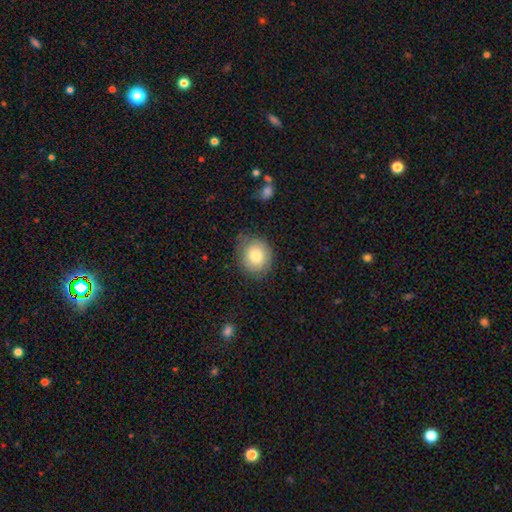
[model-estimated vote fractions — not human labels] Smooth or featured? Predicted: smooth (p=0.78). How rounded? Predicted: round (p=0.79). Merging? Predicted: none (p=0.72).